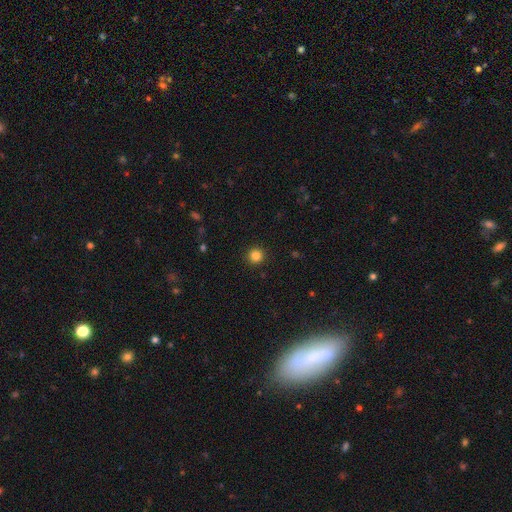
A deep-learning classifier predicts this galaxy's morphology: A smooth galaxy with no disk features (84%) that is round (95%). Merging: none (93%).